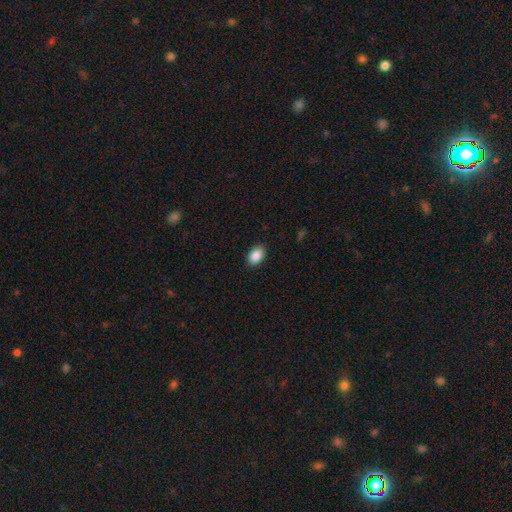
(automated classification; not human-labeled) smooth_or_featured: smooth (p=0.89) [alt: star or artifact p=0.07]
how_rounded: in between (p=0.86) [alt: round p=0.12]
merging: none (p=0.88) [alt: minor disturbance p=0.09]